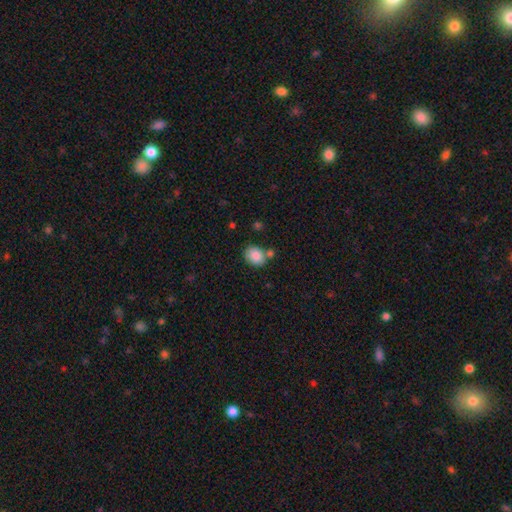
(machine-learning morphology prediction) The model was most divided on "how rounded": in between: 51%, round: 48%, cigar-shaped: 1%. More confident: smooth or featured — smooth (86%); merging — none (64%).